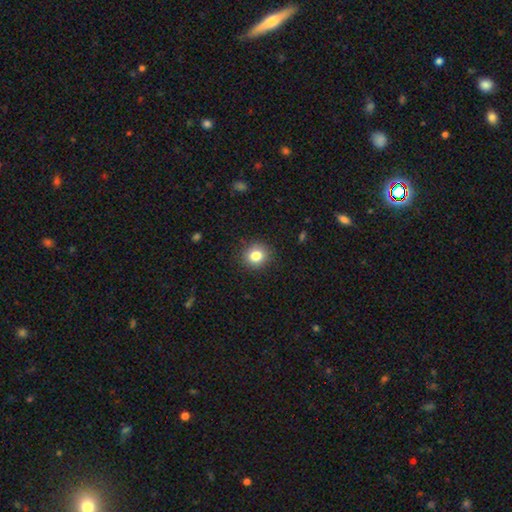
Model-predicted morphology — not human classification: type=smooth (83%); roundness=round (85%); merging=none (89%).